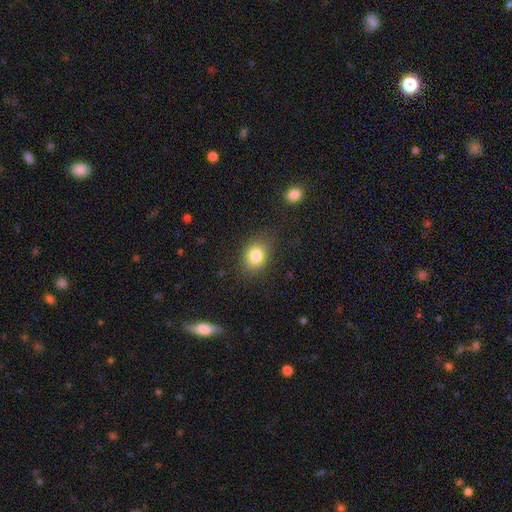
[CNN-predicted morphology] Smooth or featured?
  - smooth: 83% *
  - star or artifact: 10%
  - featured or disk: 7%
How rounded?
  - in between: 50% *
  - round: 49%
  - cigar-shaped: 1%
Merging?
  - none: 83% *
  - minor disturbance: 12%
  - major disturbance: 4%
  - merger: 2%